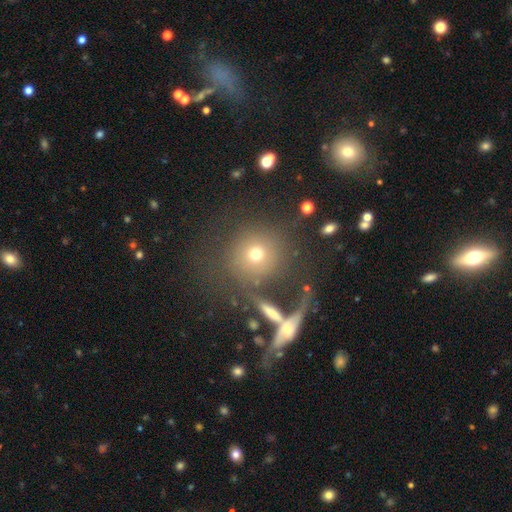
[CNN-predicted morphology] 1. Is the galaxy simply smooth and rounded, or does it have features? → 64% smooth, 20% featured or disk, 16% star or artifact.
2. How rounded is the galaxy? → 91% round, 8% in between, 2% cigar-shaped.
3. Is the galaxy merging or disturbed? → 65% none, 13% merger, 11% minor disturbance, 10% major disturbance.